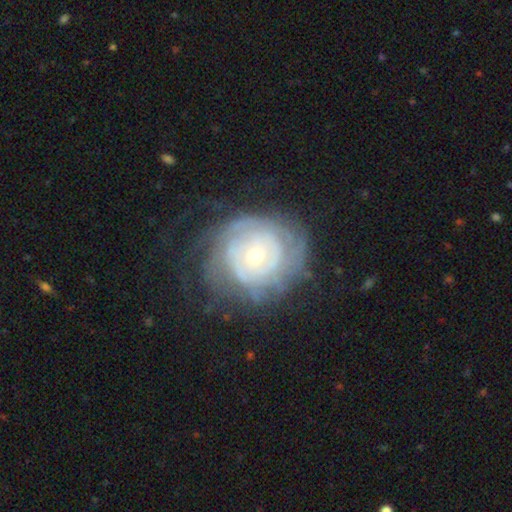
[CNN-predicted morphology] A featured or disk galaxy (77%) with no bar (79%), tight (77%) spiral arms (83%) and a small central bulge (53%).

Vote fractions:
- Smooth or featured? featured or disk: 77% / smooth: 16% / star or artifact: 7%
- Edge-on disk? no: 97% / yes: 3%
- Bar? no: 79% / weak: 16% / strong: 4%
- Spiral arms? yes: 83% / no: 17%
- Spiral winding? tight: 77% / medium: 16% / loose: 7%
- Spiral arm count? can't tell: 55% / 2: 17% / 3: 10% / 4: 7% / more than 4: 6% / 1: 6%
- Bulge size? small: 53% / moderate: 43% / large: 3% / none: 1% / dominant: 1%
- Merging? none: 63% / minor disturbance: 21% / major disturbance: 14% / merger: 2%